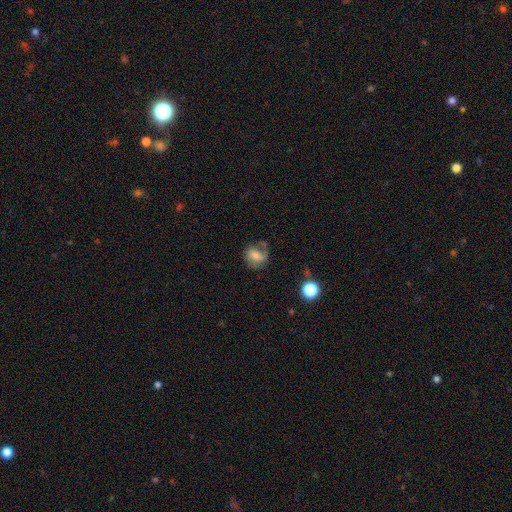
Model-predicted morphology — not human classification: This appears to be a smooth galaxy with no disk features (48%). Merging: none (54%).